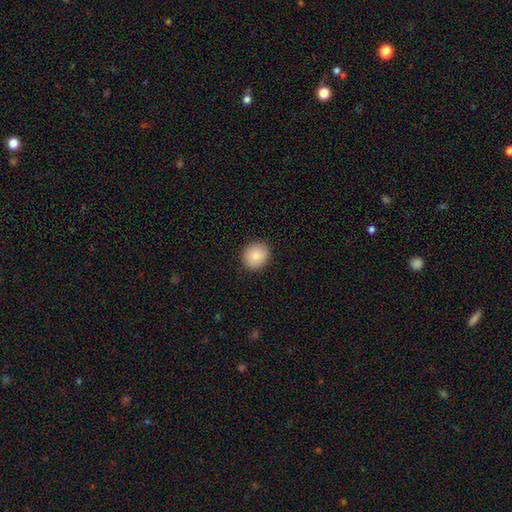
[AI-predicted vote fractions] Smooth or featured? Predicted: smooth (p=0.85). How rounded? Predicted: round (p=0.85). Merging? Predicted: none (p=0.90).